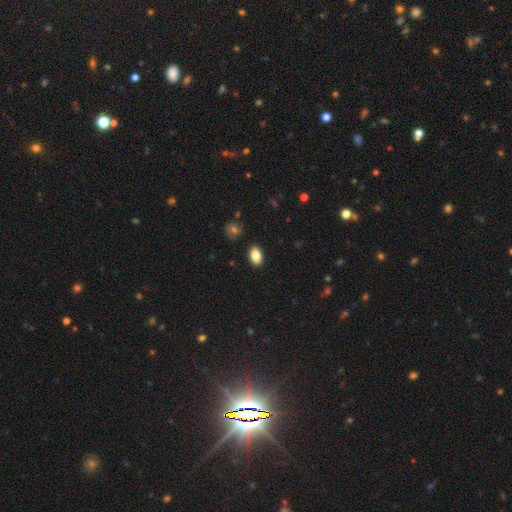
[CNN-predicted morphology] Smooth or featured?
  - smooth: 86% *
  - star or artifact: 8%
  - featured or disk: 6%
How rounded?
  - in between: 91% *
  - round: 7%
  - cigar-shaped: 2%
Merging?
  - none: 89% *
  - minor disturbance: 8%
  - major disturbance: 2%
  - merger: 1%